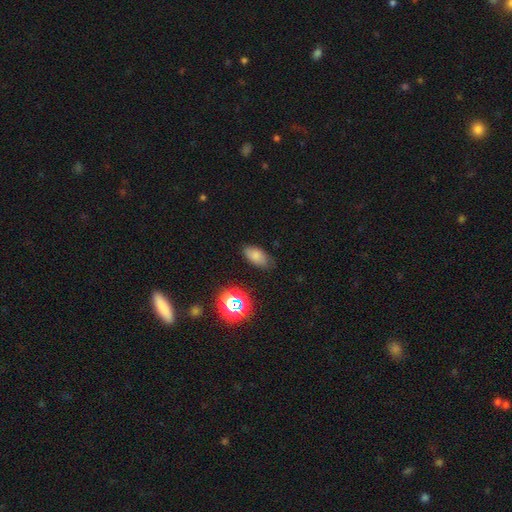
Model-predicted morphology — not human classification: The model was most divided on "smooth or featured": smooth: 74%, star or artifact: 16%, featured or disk: 10%. More confident: how rounded — in between (91%); merging — none (76%).